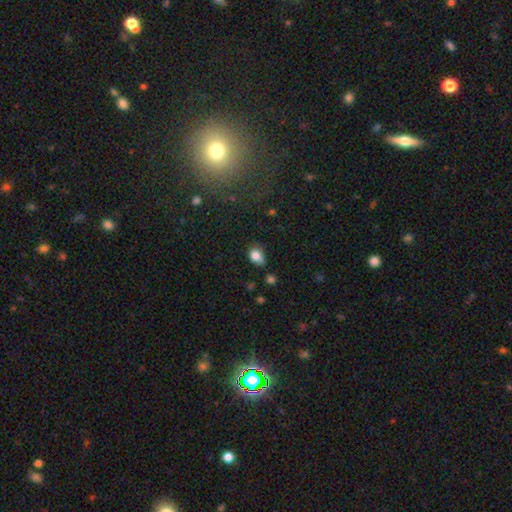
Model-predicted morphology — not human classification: smooth_or_featured: smooth (p=0.82) [alt: star or artifact p=0.10]
how_rounded: in between (p=0.58) [alt: round p=0.41]
merging: none (p=0.58) [alt: minor disturbance p=0.32]